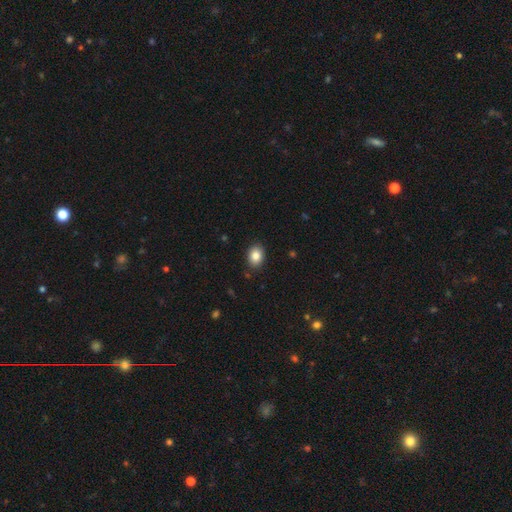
Smooth or featured? 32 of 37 (86%) said smooth. How rounded? 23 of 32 (72%) said in between. Merging? 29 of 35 (83%) said none.